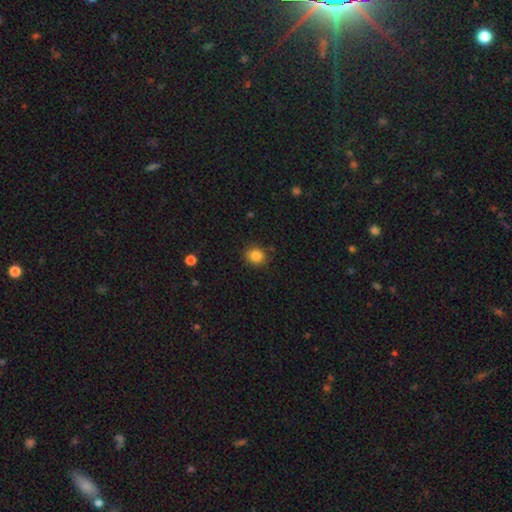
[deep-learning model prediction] Smooth or featured: smooth — 84% (star or artifact — 11%)
How rounded: round — 77% (in between — 22%)
Merging: none — 86% (minor disturbance — 10%)